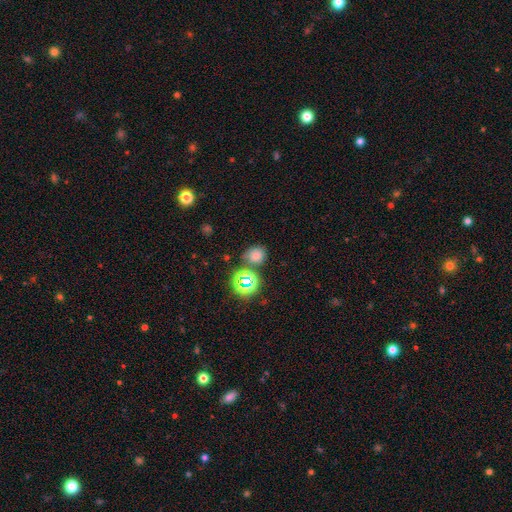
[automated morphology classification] Q: Smooth or featured?
A: smooth (69%); runner-up: star or artifact (24%)
Q: How rounded?
A: round (75%); runner-up: in between (24%)
Q: Merging?
A: none (68%); runner-up: merger (14%)